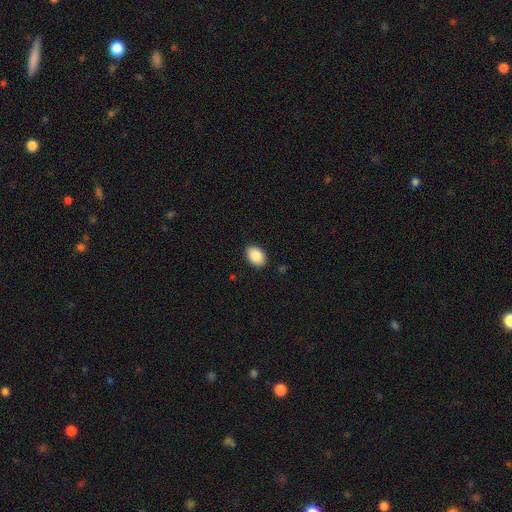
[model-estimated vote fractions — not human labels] A smooth galaxy with no disk features (88%) that is in between round and cigar-shaped (84%). Merging: none (89%).